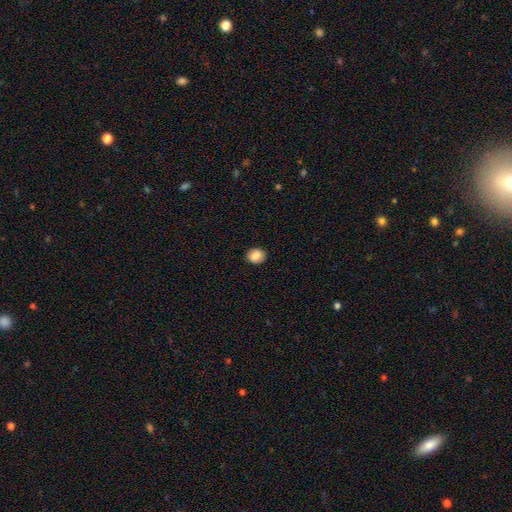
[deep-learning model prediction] This is clearly a smooth galaxy (87%). How rounded: likely round (66%). Merging: clearly none (88%).